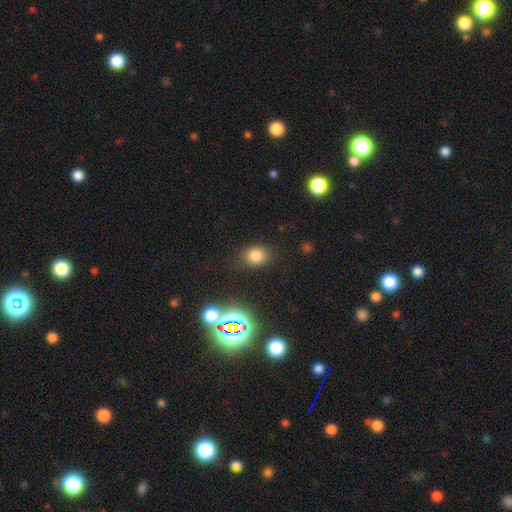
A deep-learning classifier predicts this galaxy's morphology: type=smooth (76%); roundness=round (54%); merging=none (80%).